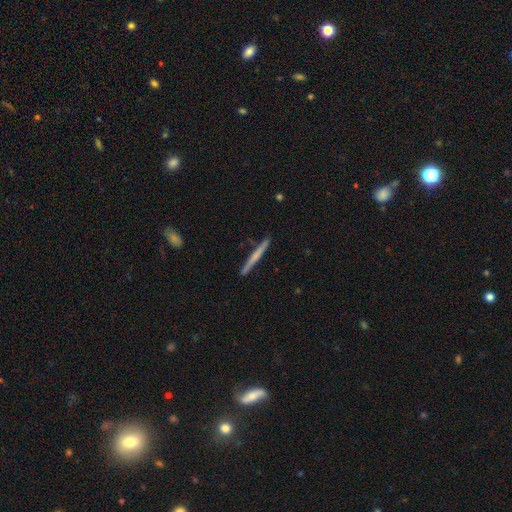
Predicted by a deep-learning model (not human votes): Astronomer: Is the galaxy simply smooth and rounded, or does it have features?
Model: smooth — 49% (runner-up: featured or disk, 45%).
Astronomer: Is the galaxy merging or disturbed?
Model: none — 91%.